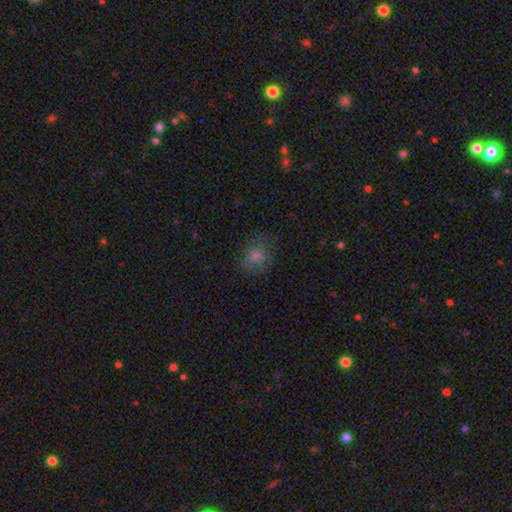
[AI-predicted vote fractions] The model was most divided on "how rounded": round: 67%, in between: 32%, cigar-shaped: 1%. More confident: merging — none (78%); smooth or featured — smooth (73%).